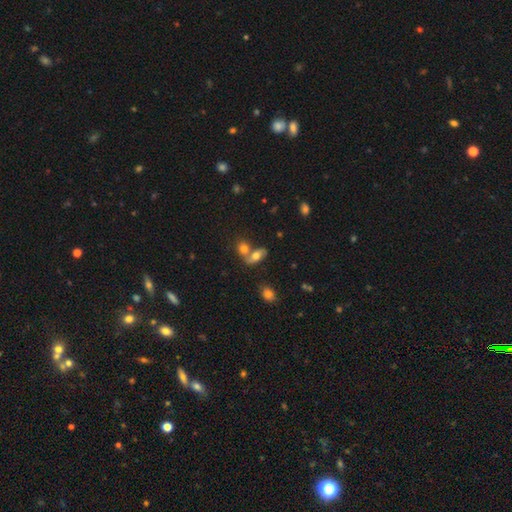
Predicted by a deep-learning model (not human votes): Smooth or featured?
  - smooth: 67% *
  - featured or disk: 21%
  - star or artifact: 11%
How rounded?
  - in between: 79% *
  - round: 15%
  - cigar-shaped: 6%
Merging?
  - merger: 46% *
  - none: 38%
  - minor disturbance: 11%
  - major disturbance: 6%